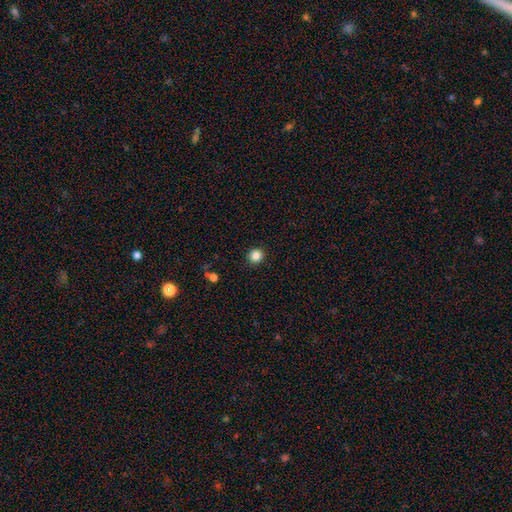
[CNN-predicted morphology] A smooth galaxy with no disk features (85%) that is round (92%).

Vote fractions:
- Smooth or featured? smooth: 85% / star or artifact: 11% / featured or disk: 4%
- How rounded? round: 92% / in between: 7% / cigar-shaped: 1%
- Merging? none: 92% / minor disturbance: 5% / major disturbance: 2% / merger: 1%